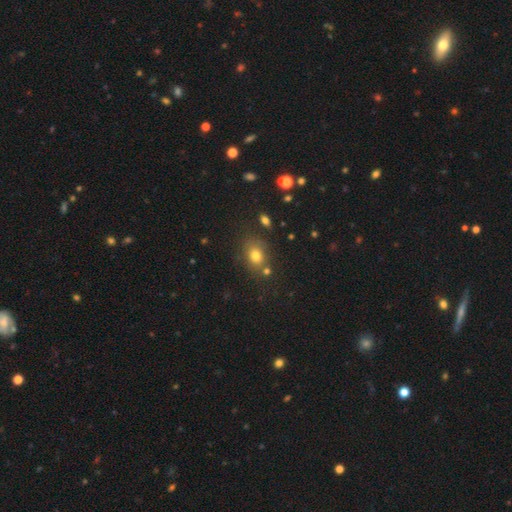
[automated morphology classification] type=smooth (75%); roundness=round (53%); merging=none (71%).